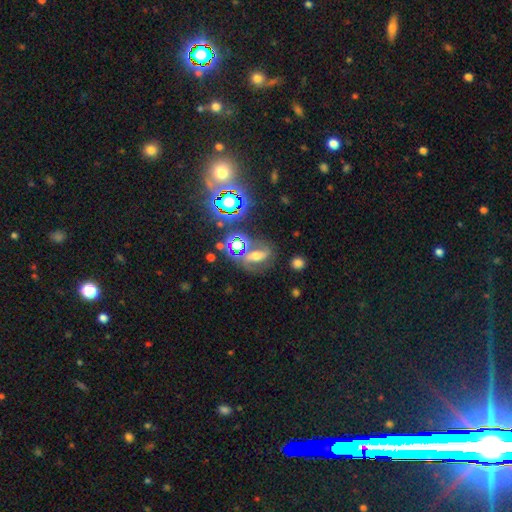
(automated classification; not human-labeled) Smooth or featured?
  - featured or disk: 45% *
  - smooth: 29%
  - star or artifact: 26%
Merging?
  - none: 62% *
  - minor disturbance: 16%
  - major disturbance: 11%
  - merger: 10%